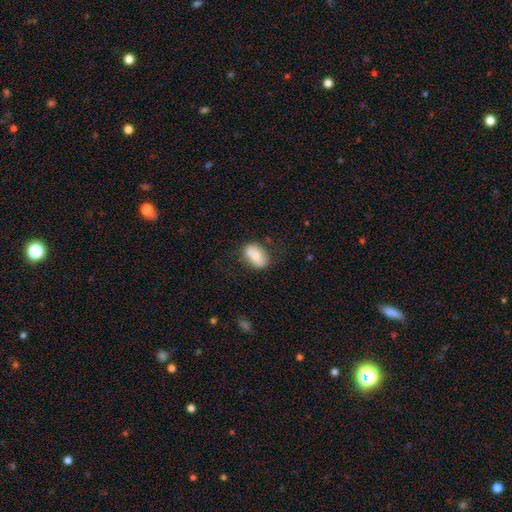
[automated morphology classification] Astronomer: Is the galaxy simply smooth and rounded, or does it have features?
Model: smooth — 65%.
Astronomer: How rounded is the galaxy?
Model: in between — 79%.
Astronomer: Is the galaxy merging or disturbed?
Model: none — 54%.